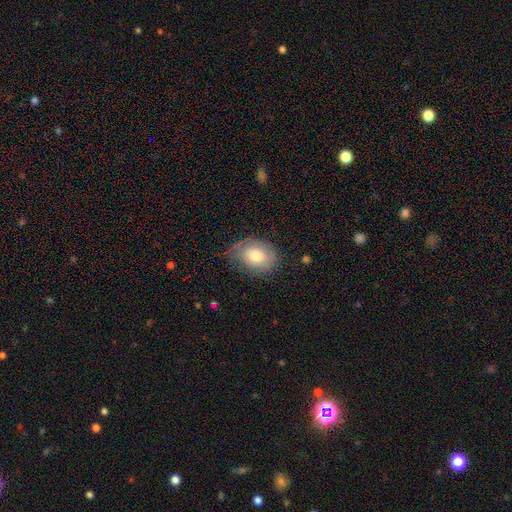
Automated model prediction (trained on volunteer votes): Smooth or featured? smooth (66%)
How rounded? in between (73%)
Merging? none (65%)